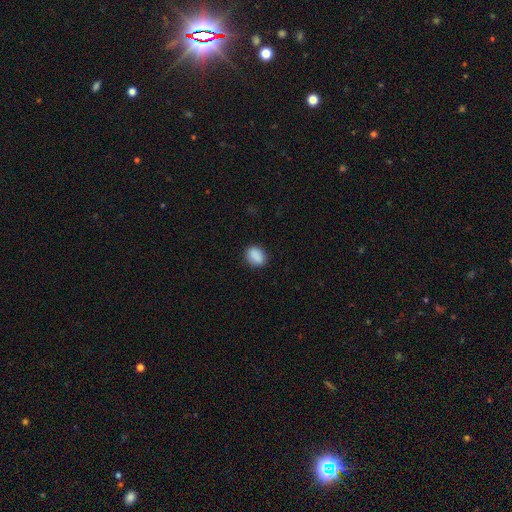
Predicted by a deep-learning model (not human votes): The model was most divided on "how rounded": in between: 66%, round: 33%, cigar-shaped: 2%. More confident: smooth or featured — smooth (88%); merging — none (86%).